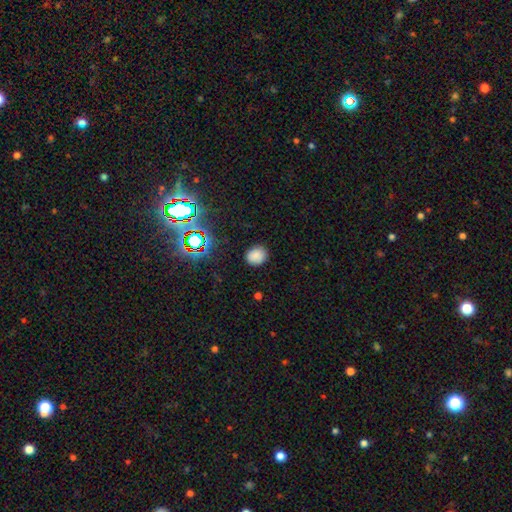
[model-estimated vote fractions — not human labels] Smooth or featured: smooth — 80% (star or artifact — 15%)
How rounded: round — 68% (in between — 31%)
Merging: none — 86% (minor disturbance — 10%)